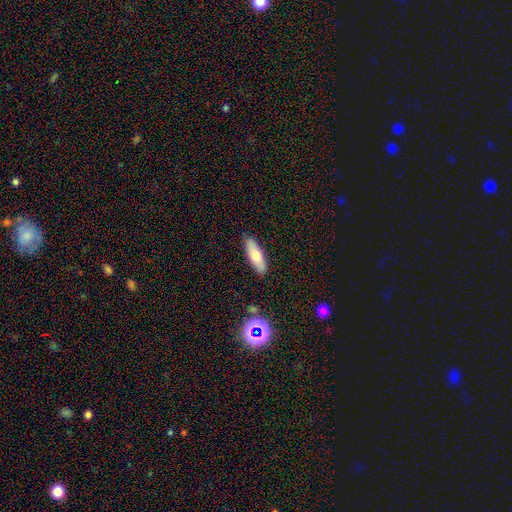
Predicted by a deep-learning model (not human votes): Smooth or featured?
  - smooth: 69% *
  - featured or disk: 24%
  - star or artifact: 7%
How rounded?
  - in between: 51% *
  - cigar-shaped: 47%
  - round: 2%
Merging?
  - none: 88% *
  - minor disturbance: 9%
  - major disturbance: 2%
  - merger: 1%